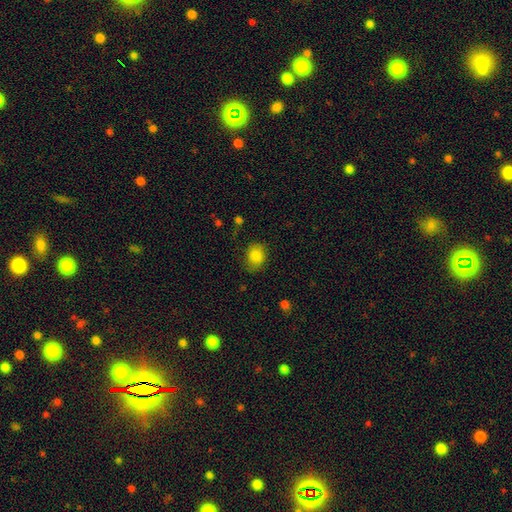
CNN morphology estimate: Smooth or featured: smooth — 84% (star or artifact — 10%)
How rounded: round — 53% (in between — 47%)
Merging: none — 76% (minor disturbance — 18%)